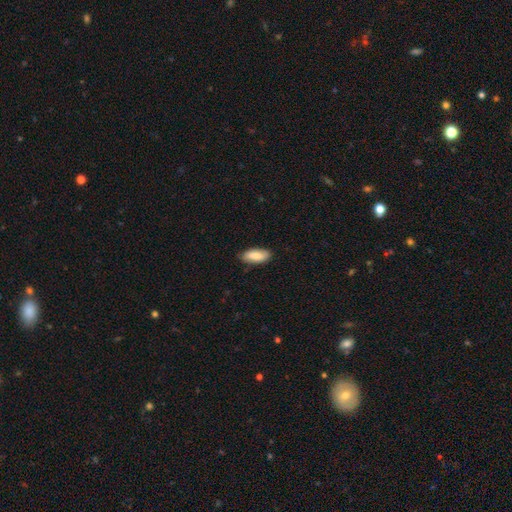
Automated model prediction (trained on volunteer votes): Smooth or featured?
  - smooth: 84% *
  - featured or disk: 10%
  - star or artifact: 6%
How rounded?
  - in between: 85% *
  - cigar-shaped: 13%
  - round: 2%
Merging?
  - none: 83% *
  - minor disturbance: 14%
  - major disturbance: 2%
  - merger: 1%